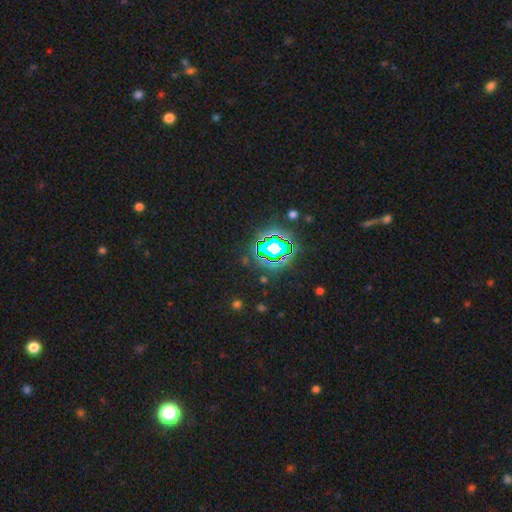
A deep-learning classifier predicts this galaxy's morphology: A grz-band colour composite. It shows a star or artifact, not a galaxy (83%).